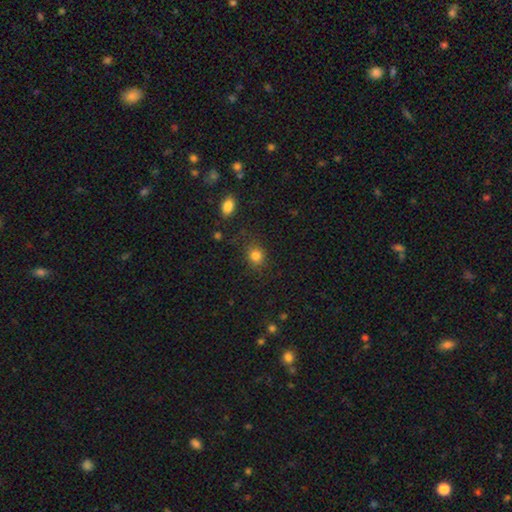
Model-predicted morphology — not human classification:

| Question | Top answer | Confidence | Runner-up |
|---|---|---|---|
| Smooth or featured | smooth | 83% | star or artifact (12%) |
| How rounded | round | 76% | in between (23%) |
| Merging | none | 79% | minor disturbance (13%) |